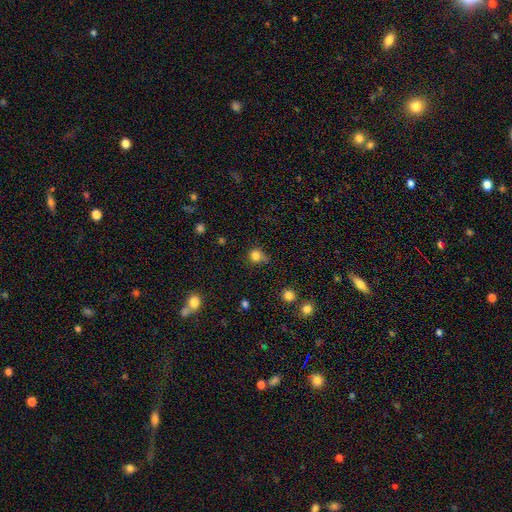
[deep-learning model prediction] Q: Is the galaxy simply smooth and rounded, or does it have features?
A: smooth — 81%.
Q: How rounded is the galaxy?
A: round — 85%.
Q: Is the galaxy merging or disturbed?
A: none — 62%.